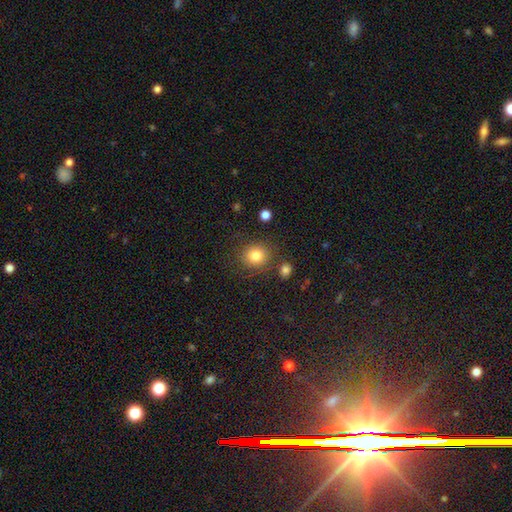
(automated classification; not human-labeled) smooth-or-featured: smooth: 82% | star or artifact: 11% | featured or disk: 7%
  how-rounded: round: 84% | in between: 15% | cigar-shaped: 1%
  merging: none: 81% | minor disturbance: 10% | merger: 5% | major disturbance: 4%